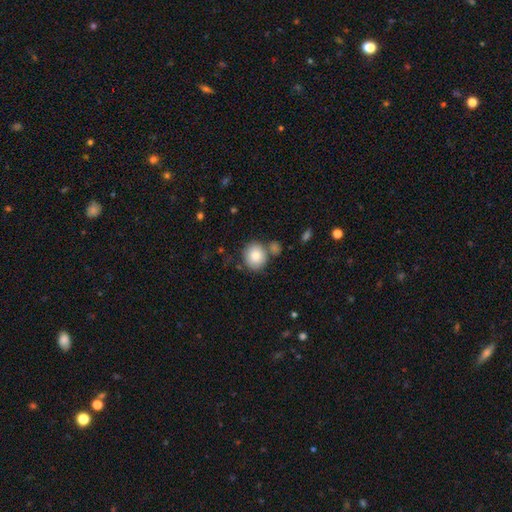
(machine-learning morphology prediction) Smooth or featured? Predicted: smooth (p=0.81). How rounded? Predicted: round (p=0.80). Merging? Predicted: none (p=0.67).